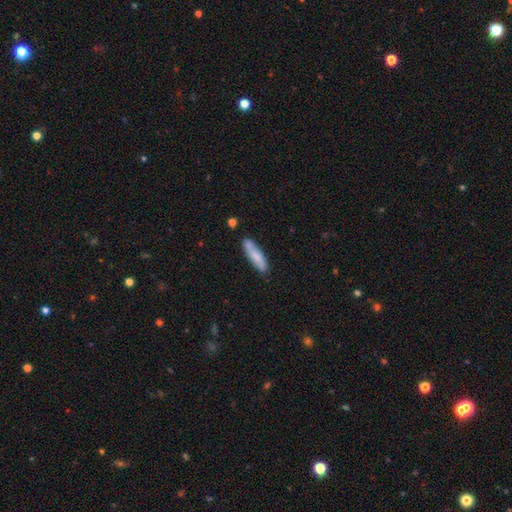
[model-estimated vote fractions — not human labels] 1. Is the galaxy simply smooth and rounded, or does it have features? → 72% smooth, 22% featured or disk, 6% star or artifact.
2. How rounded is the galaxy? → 71% cigar-shaped, 28% in between, 2% round.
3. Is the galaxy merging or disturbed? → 76% none, 16% minor disturbance, 6% merger, 3% major disturbance.